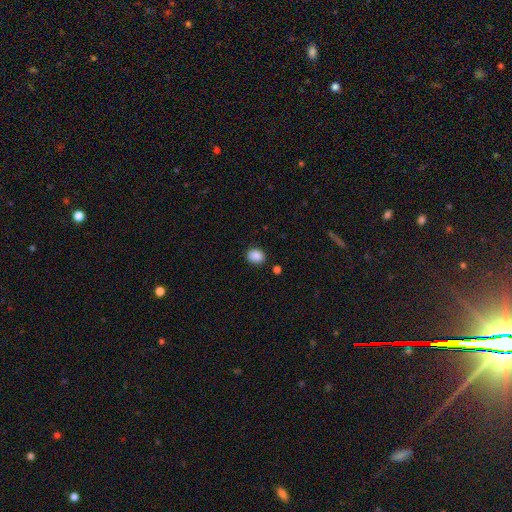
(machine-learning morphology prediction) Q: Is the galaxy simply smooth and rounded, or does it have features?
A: smooth — 88%.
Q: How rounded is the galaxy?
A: round — 54%.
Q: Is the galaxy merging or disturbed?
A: none — 87%.